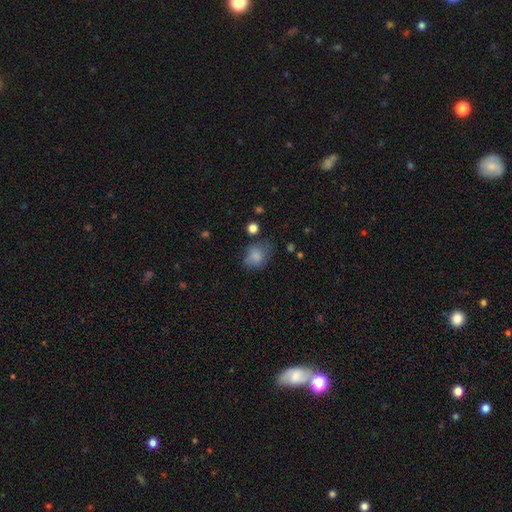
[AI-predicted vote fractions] Smooth or featured?
  - smooth: 80% *
  - star or artifact: 11%
  - featured or disk: 9%
How rounded?
  - round: 51% *
  - in between: 48%
  - cigar-shaped: 1%
Merging?
  - none: 50% *
  - minor disturbance: 30%
  - major disturbance: 15%
  - merger: 4%